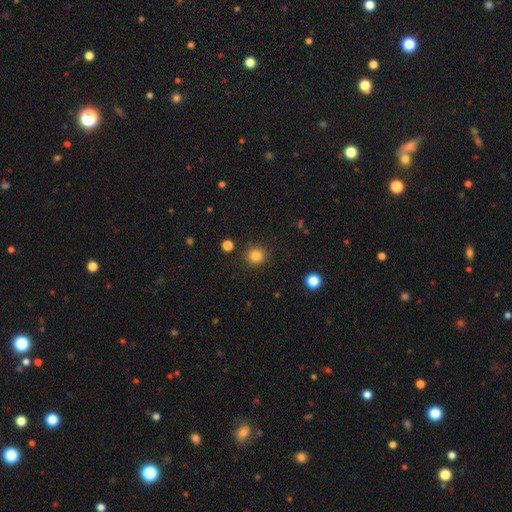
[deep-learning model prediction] Q: Smooth or featured?
A: smooth (85%); runner-up: star or artifact (11%)
Q: How rounded?
A: round (93%); runner-up: in between (7%)
Q: Merging?
A: none (90%); runner-up: minor disturbance (6%)